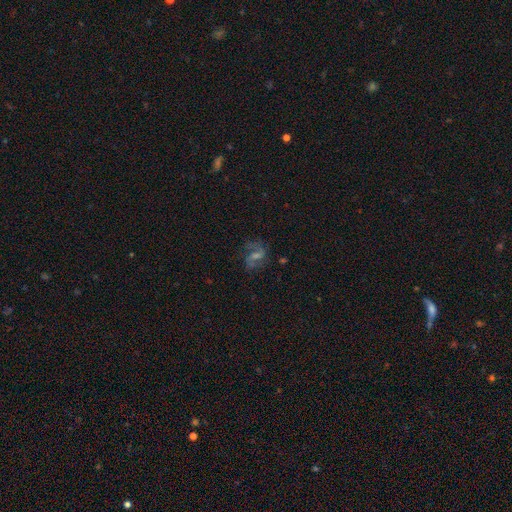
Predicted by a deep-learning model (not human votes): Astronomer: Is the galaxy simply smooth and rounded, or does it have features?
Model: featured or disk — 70%.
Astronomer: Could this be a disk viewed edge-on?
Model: no — 97%.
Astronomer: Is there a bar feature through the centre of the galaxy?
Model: weak — 51% (runner-up: no, 26%).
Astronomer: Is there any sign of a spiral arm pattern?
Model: yes — 92%.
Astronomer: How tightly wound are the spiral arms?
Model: medium — 50% (runner-up: loose, 33%).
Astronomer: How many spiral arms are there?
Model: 2 — 82%.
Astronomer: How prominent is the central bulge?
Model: small — 41% (runner-up: moderate, 37%).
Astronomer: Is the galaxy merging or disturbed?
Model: none — 72%.